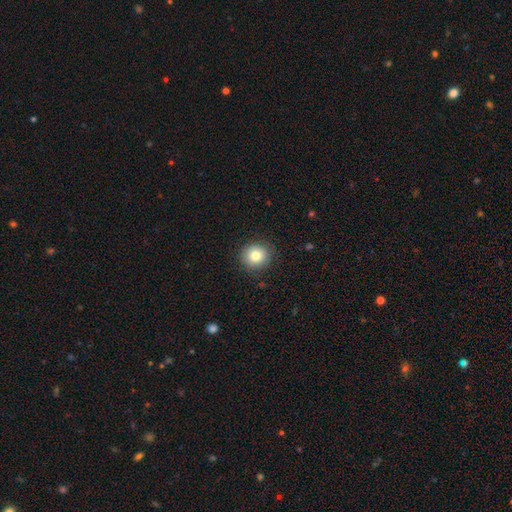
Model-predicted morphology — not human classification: Overall: smooth (80%). How rounded: round (91%). Merging: none (89%).